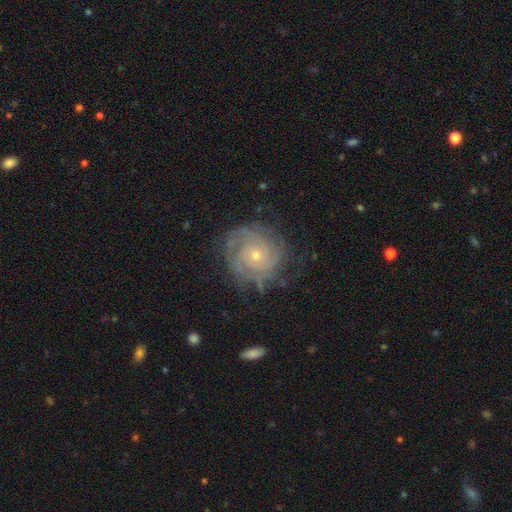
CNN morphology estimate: Smooth or featured: featured or disk — 82% (smooth — 11%)
Edge-on disk: no — 97% (yes — 3%)
Bar: no — 82% (weak — 15%)
Spiral arms: yes — 94% (no — 6%)
Spiral winding: tight — 77% (medium — 18%)
Spiral arm count: can't tell — 37% (3 — 19%)
Bulge size: small — 70% (moderate — 26%)
Merging: none — 73% (minor disturbance — 17%)